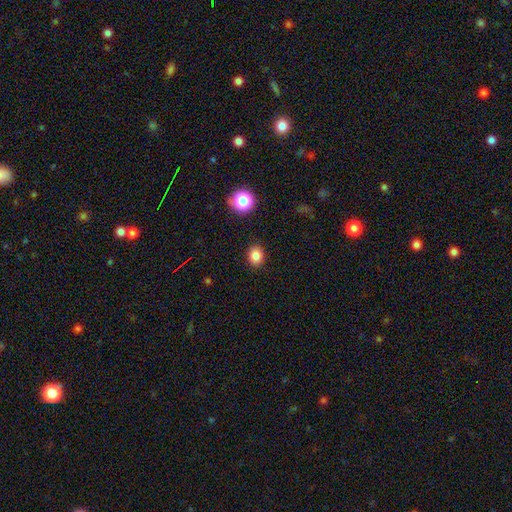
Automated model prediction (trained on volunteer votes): Smooth or featured? smooth (83%)
How rounded? round (61%)
Merging? none (89%)